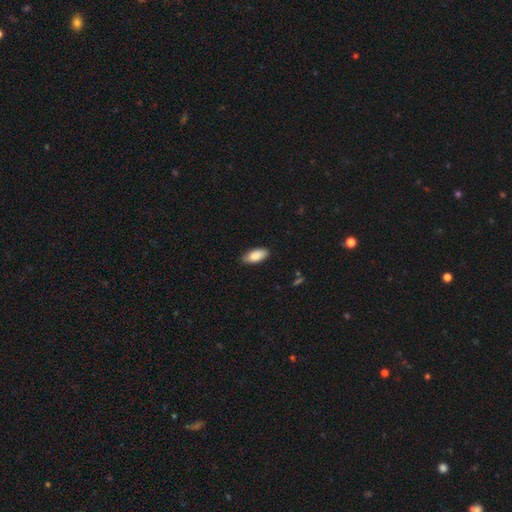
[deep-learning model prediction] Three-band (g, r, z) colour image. It shows a smooth galaxy with no disk features (88%) that is in between round and cigar-shaped (90%). Merging: none (81%).